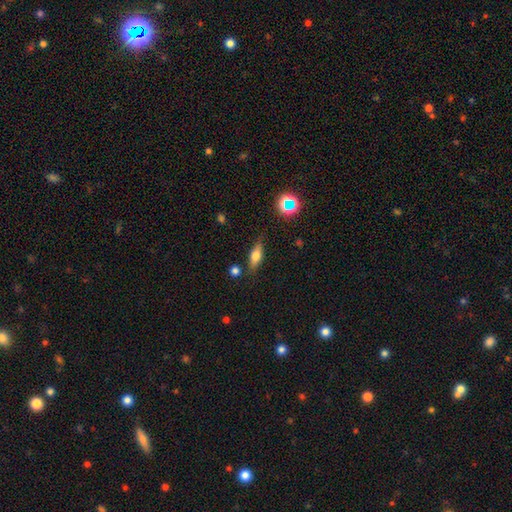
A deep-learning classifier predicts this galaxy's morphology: Smooth or featured? Predicted: smooth (p=0.56). How rounded? Predicted: in between (p=0.56). Merging? Predicted: none (p=0.79).